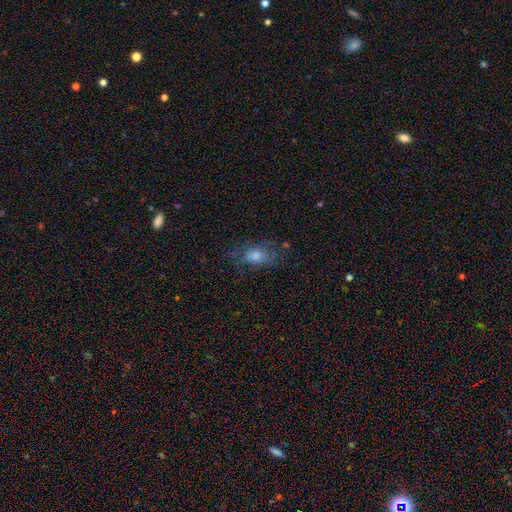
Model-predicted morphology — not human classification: Overall: smooth (42%, tied with featured or disk). Merging: none (57%; minor disturbance 22%).